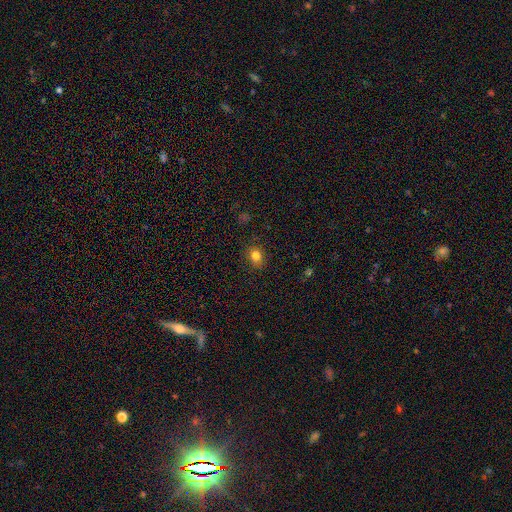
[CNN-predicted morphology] Q: Smooth or featured?
A: smooth (81%); runner-up: star or artifact (13%)
Q: How rounded?
A: round (67%); runner-up: in between (32%)
Q: Merging?
A: none (87%); runner-up: minor disturbance (9%)